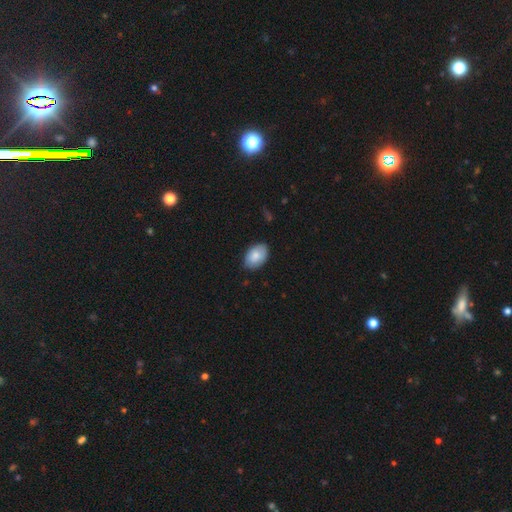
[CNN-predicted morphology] type=smooth (81%); roundness=in between (88%); merging=none (81%).